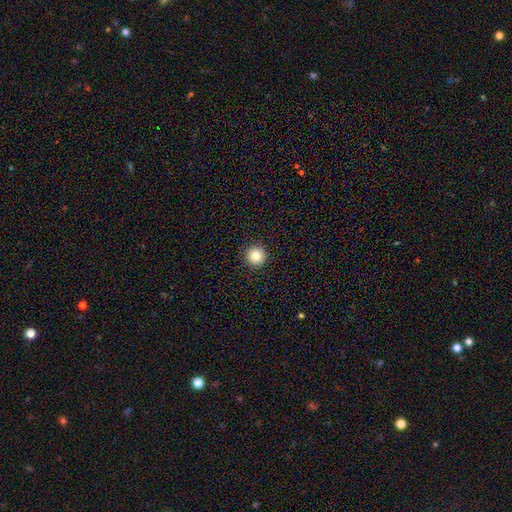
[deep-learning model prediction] Smooth or featured? smooth (84%)
How rounded? round (96%)
Merging? none (93%)